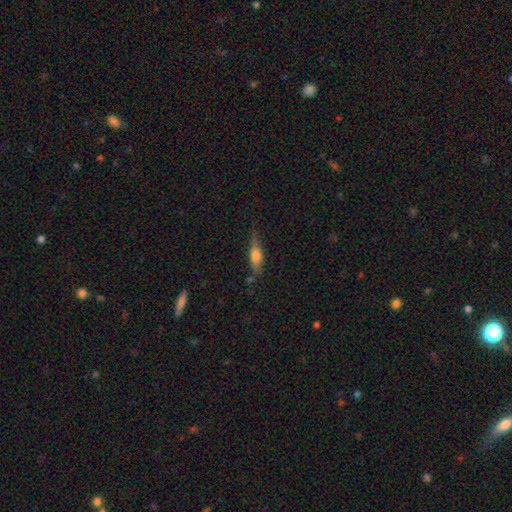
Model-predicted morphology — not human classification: type=smooth (51%); roundness=cigar-shaped (62%); merging=none (71%).